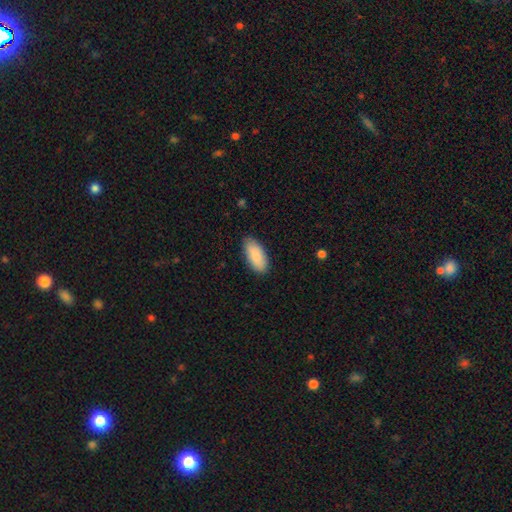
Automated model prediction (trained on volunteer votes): This appears to be a smooth galaxy with no disk features (87%) that is in between round and cigar-shaped (90%). Merging: none (85%).